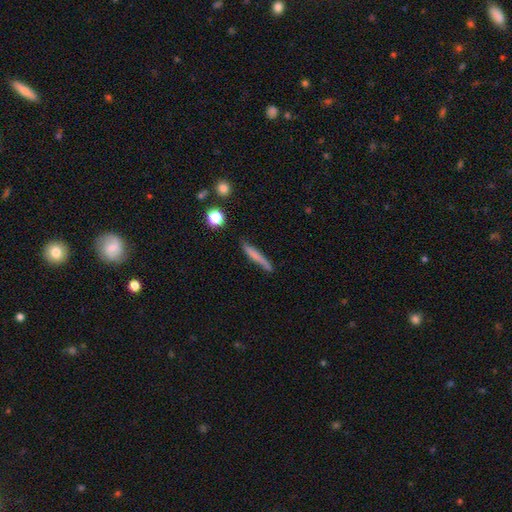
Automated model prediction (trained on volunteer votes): smooth-or-featured: smooth: 65% | featured or disk: 28% | star or artifact: 8%
  how-rounded: cigar-shaped: 93% | in between: 5% | round: 2%
  merging: none: 77% | minor disturbance: 17% | major disturbance: 4% | merger: 3%